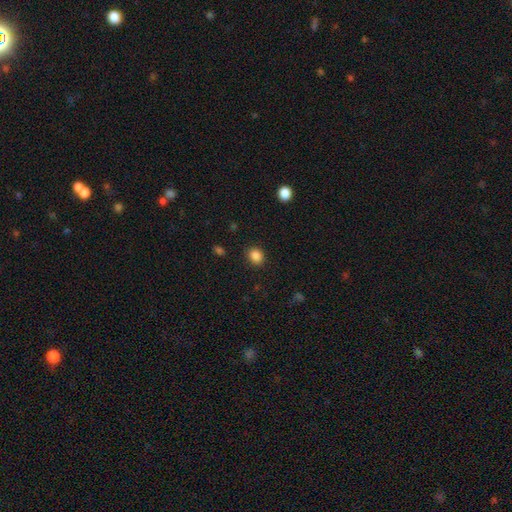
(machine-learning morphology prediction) Overall: smooth (86%). How rounded: round (61%; in between 38%). Merging: none (88%).